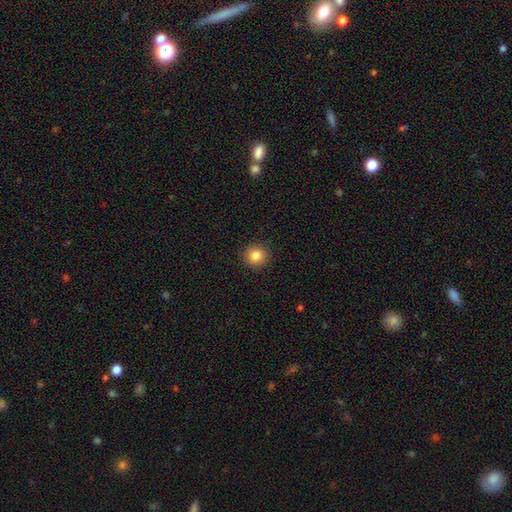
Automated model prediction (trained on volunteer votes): Smooth or featured? smooth (83%)
How rounded? round (93%)
Merging? none (93%)